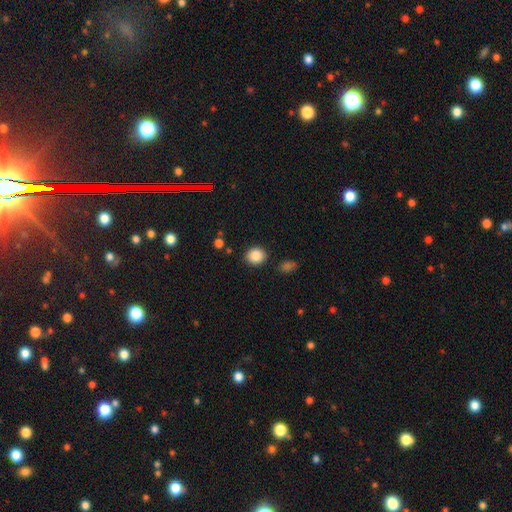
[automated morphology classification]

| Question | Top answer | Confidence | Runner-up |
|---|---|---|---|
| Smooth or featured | smooth | 87% | star or artifact (9%) |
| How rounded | round | 78% | in between (21%) |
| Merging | none | 87% | minor disturbance (8%) |